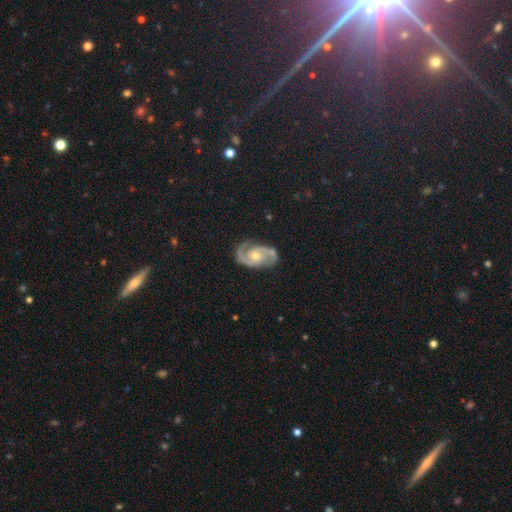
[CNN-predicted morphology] A featured or disk galaxy (90%) with no bar (65%), 2 (92%) medium (53%) spiral arms (98%) and a moderate central bulge (62%).

Vote fractions:
- Smooth or featured? featured or disk: 90% / star or artifact: 6% / smooth: 4%
- Edge-on disk? no: 98% / yes: 2%
- Bar? no: 65% / weak: 27% / strong: 8%
- Spiral arms? yes: 98% / no: 2%
- Spiral winding? medium: 53% / tight: 37% / loose: 10%
- Spiral arm count? 2: 92% / 3: 2% / can't tell: 2% / 1: 1% / 4: 1% / more than 4: 1%
- Bulge size? moderate: 62% / small: 33% / large: 2% / none: 1% / dominant: 1%
- Merging? none: 82% / minor disturbance: 13% / major disturbance: 3% / merger: 1%